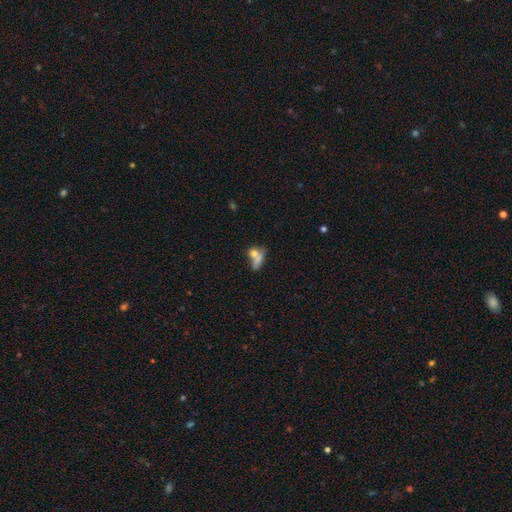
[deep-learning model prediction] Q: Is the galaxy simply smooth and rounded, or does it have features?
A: smooth — 69%.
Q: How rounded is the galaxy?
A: in between — 51%.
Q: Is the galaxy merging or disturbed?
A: merger — 47%.